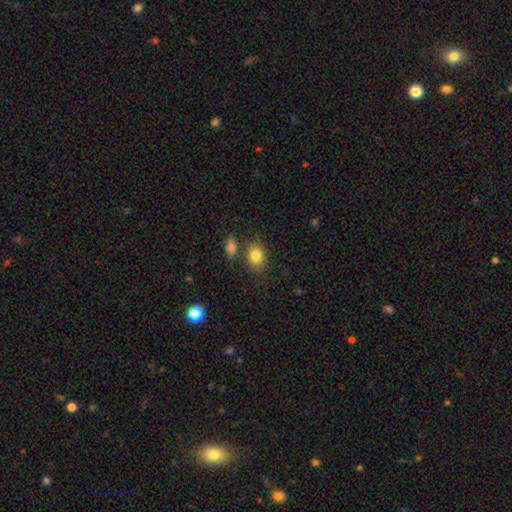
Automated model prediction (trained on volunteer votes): Smooth or featured?
  - smooth: 83% *
  - star or artifact: 9%
  - featured or disk: 8%
How rounded?
  - in between: 51% *
  - round: 48%
  - cigar-shaped: 1%
Merging?
  - none: 71% *
  - merger: 13%
  - minor disturbance: 12%
  - major disturbance: 4%